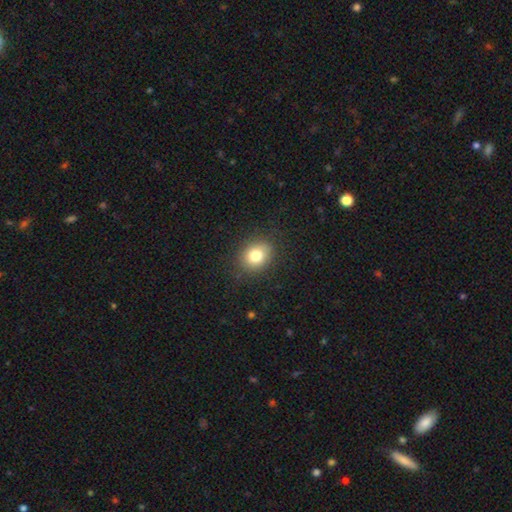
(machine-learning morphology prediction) This appears to be a smooth galaxy with no disk features (80%) that is round (63%). Merging: none (87%).